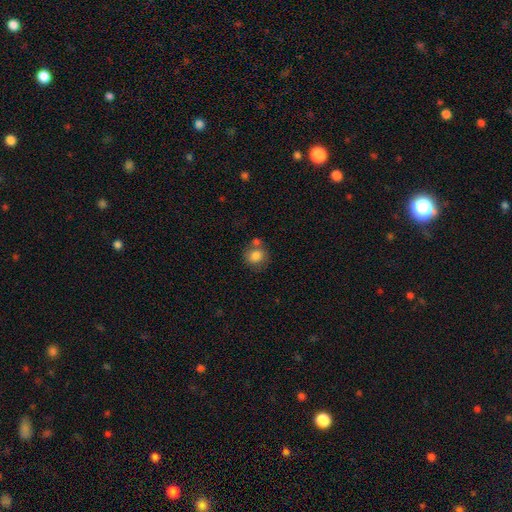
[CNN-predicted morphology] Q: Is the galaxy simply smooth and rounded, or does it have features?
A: smooth — 82%.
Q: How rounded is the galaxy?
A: round — 77%.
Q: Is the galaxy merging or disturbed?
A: none — 57%.